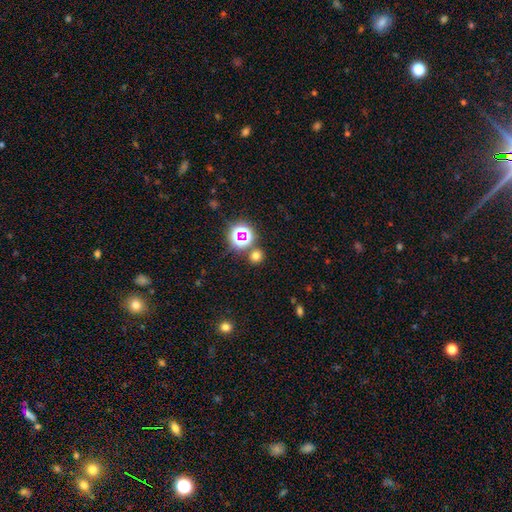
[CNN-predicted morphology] Smooth or featured?
  - smooth: 65% *
  - star or artifact: 29%
  - featured or disk: 6%
How rounded?
  - round: 86% *
  - in between: 13%
  - cigar-shaped: 1%
Merging?
  - none: 81% *
  - merger: 9%
  - minor disturbance: 7%
  - major disturbance: 3%